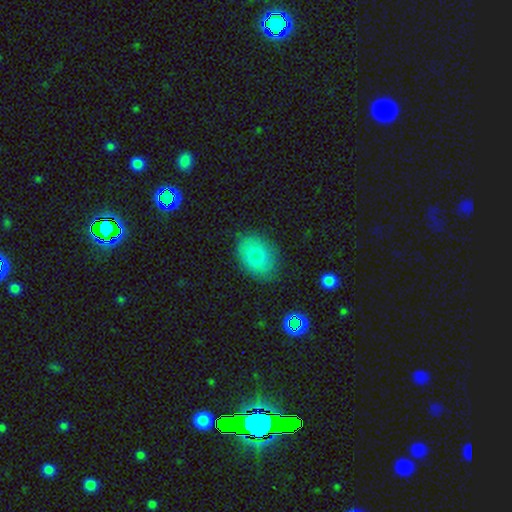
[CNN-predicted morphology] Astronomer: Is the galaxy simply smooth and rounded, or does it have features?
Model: smooth — 76%.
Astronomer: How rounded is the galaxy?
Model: in between — 73%.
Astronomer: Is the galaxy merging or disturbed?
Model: none — 79%.